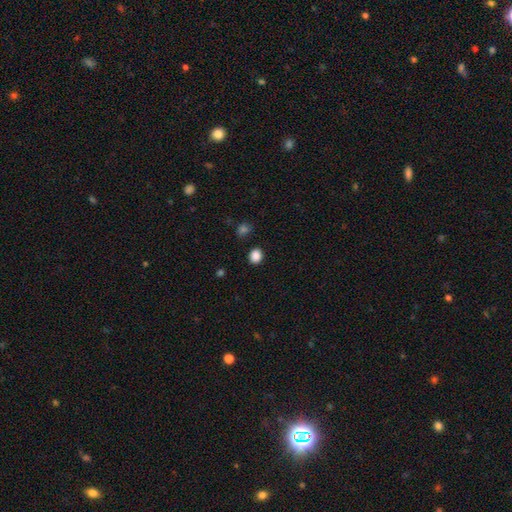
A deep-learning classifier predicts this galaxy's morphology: The model was most divided on "how rounded": round: 72%, in between: 28%, cigar-shaped: 1%. More confident: merging — none (89%); smooth or featured — smooth (87%).